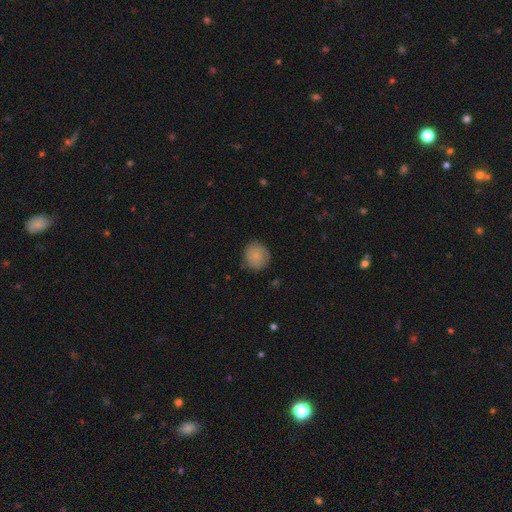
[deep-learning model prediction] Morphology: type=smooth (85%); roundness=round (88%); merging=none (84%).